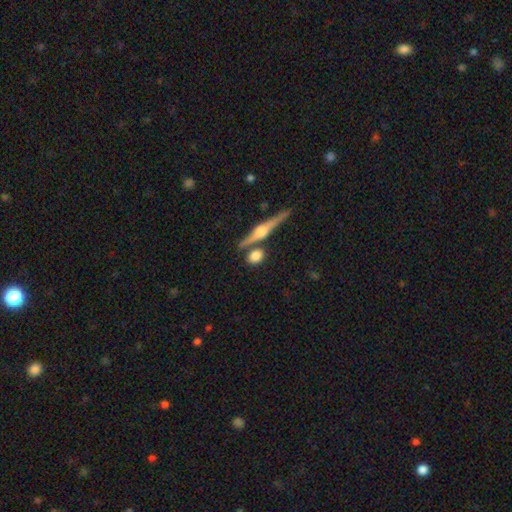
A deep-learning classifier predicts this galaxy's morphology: Overall: smooth (63%; featured or disk 29%). How rounded: round (52%; in between 36%). Merging: none (71%).